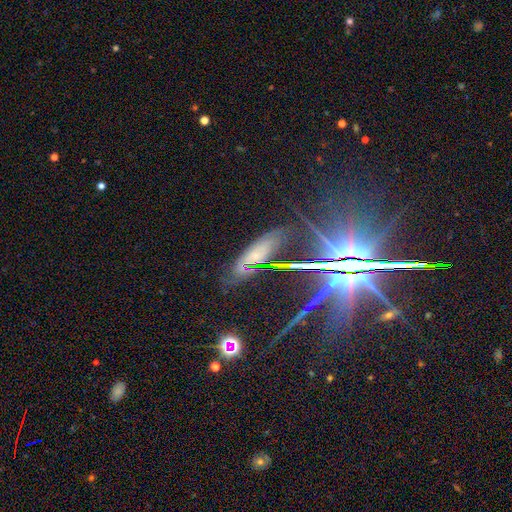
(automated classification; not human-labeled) Morphology: type=featured or disk (40%); merging=none (73%).